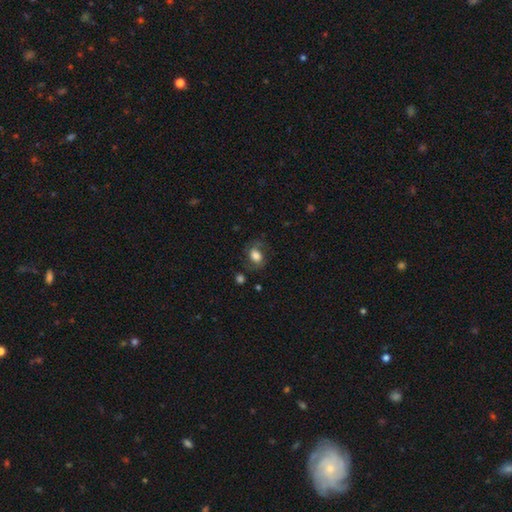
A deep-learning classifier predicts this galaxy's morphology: smooth_or_featured: smooth (p=0.65) [alt: featured or disk p=0.27]
how_rounded: in between (p=0.67) [alt: round p=0.31]
merging: none (p=0.64) [alt: minor disturbance p=0.22]